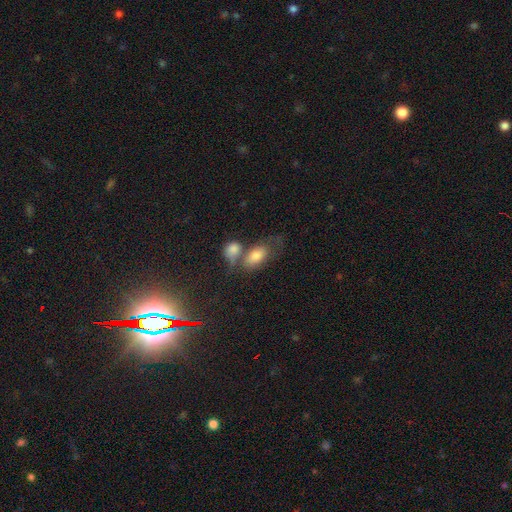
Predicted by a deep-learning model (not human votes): smooth-or-featured: smooth: 74% | featured or disk: 15% | star or artifact: 11%
  how-rounded: in between: 88% | round: 8% | cigar-shaped: 4%
  merging: merger: 42% | none: 34% | minor disturbance: 14% | major disturbance: 10%